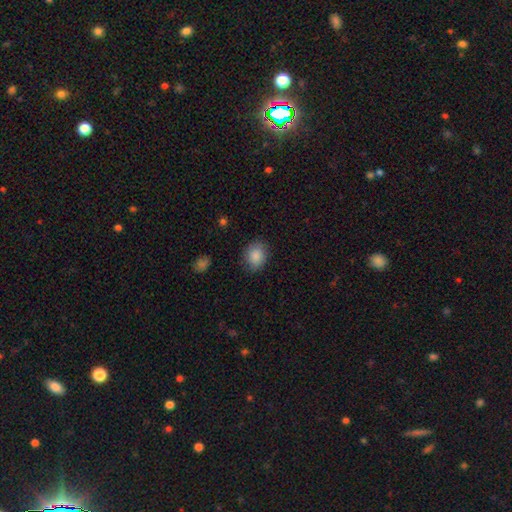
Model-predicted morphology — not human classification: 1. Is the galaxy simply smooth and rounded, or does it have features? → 87% smooth, 8% star or artifact, 5% featured or disk.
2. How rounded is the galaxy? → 57% round, 42% in between, 1% cigar-shaped.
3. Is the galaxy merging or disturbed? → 81% none, 14% minor disturbance, 4% major disturbance, 1% merger.